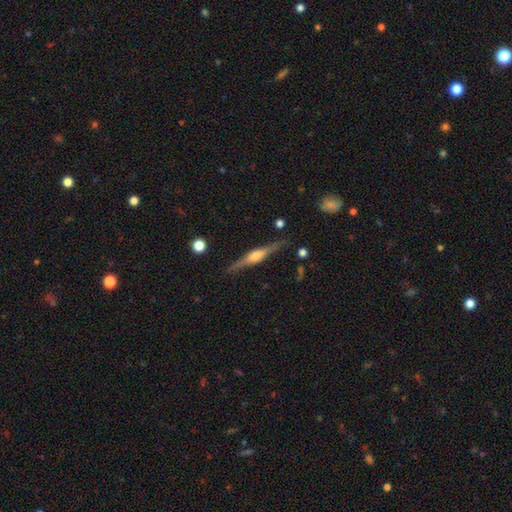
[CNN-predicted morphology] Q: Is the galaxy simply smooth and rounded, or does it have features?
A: featured or disk — 78%.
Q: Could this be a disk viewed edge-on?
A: yes — 98%.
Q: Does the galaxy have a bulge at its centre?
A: rounded — 81%.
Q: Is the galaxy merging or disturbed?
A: none — 87%.